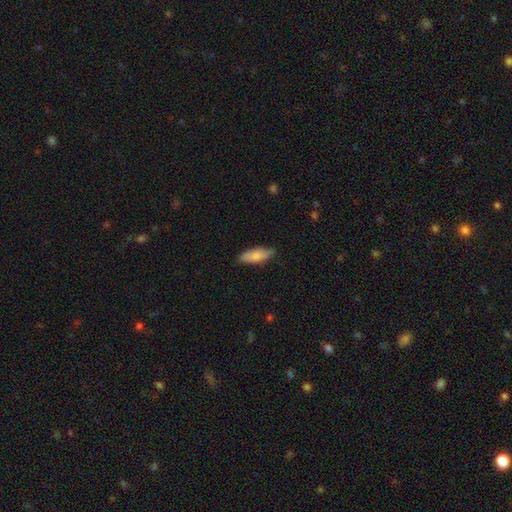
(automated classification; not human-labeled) smooth_or_featured: smooth (p=0.80) [alt: featured or disk p=0.15]
how_rounded: in between (p=0.65) [alt: cigar-shaped p=0.33]
merging: none (p=0.79) [alt: minor disturbance p=0.17]